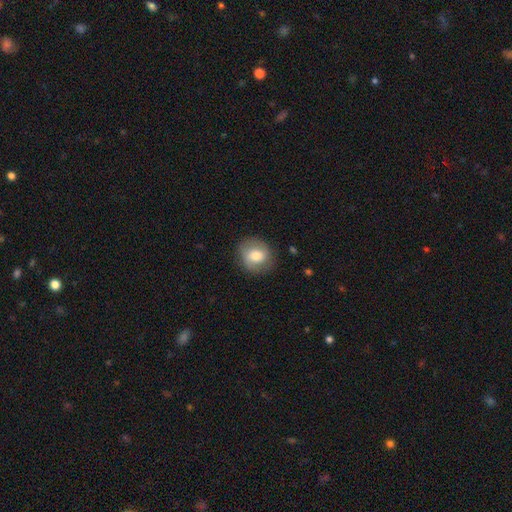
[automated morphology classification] smooth 73%, featured or disk 19%, star or artifact 8%. Down the decision tree: how rounded — round (78%); merging — none (84%).